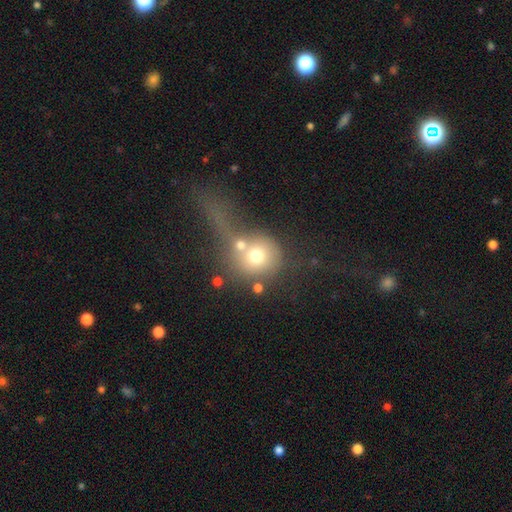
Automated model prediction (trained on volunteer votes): Smooth or featured?
  - smooth: 64% *
  - featured or disk: 23%
  - star or artifact: 13%
How rounded?
  - round: 86% *
  - in between: 12%
  - cigar-shaped: 2%
Merging?
  - merger: 42% *
  - major disturbance: 28%
  - none: 21%
  - minor disturbance: 9%